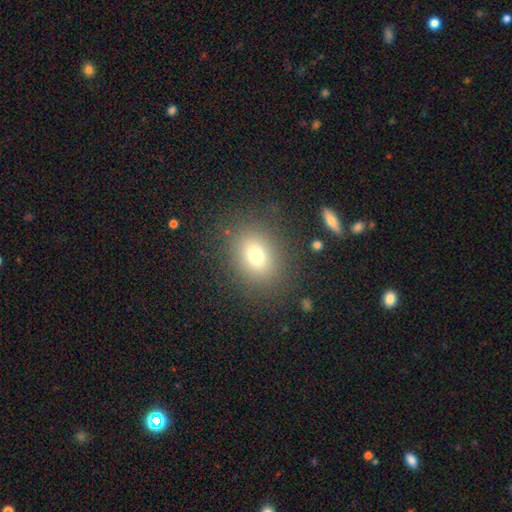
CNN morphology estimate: Smooth or featured? Predicted: smooth (p=0.73). How rounded? Predicted: round (p=0.50). Merging? Predicted: none (p=0.84).